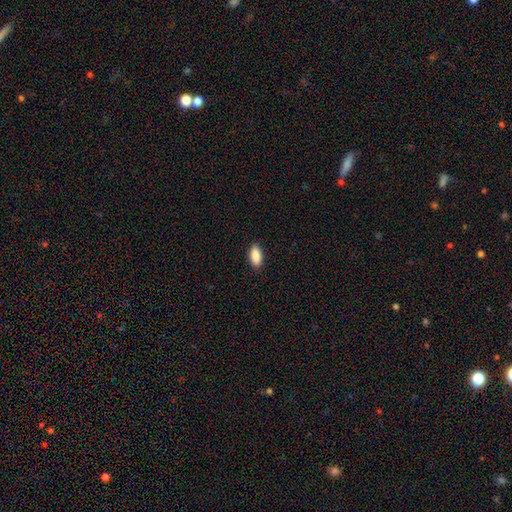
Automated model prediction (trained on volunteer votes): Smooth or featured?
  - smooth: 89% *
  - star or artifact: 7%
  - featured or disk: 4%
How rounded?
  - in between: 91% *
  - cigar-shaped: 6%
  - round: 3%
Merging?
  - none: 88% *
  - minor disturbance: 9%
  - major disturbance: 2%
  - merger: 1%